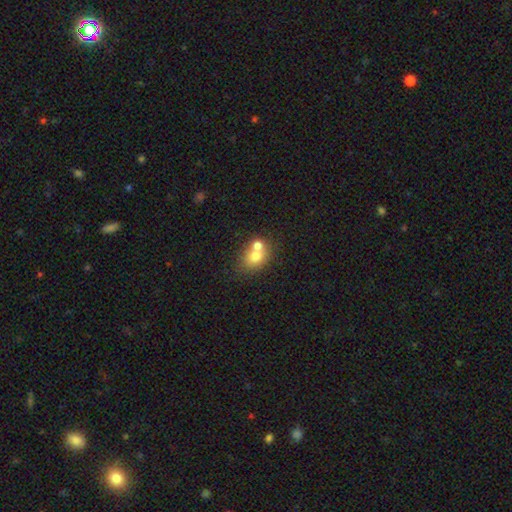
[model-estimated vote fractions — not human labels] Smooth or featured? Predicted: smooth (p=0.72). How rounded? Predicted: in between (p=0.53). Merging? Predicted: merger (p=0.47).